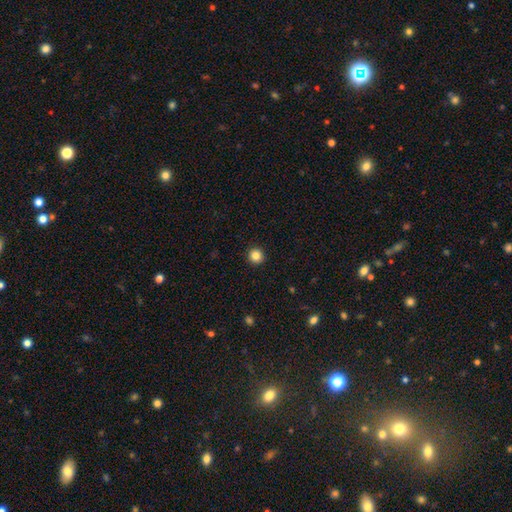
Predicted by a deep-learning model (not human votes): A smooth galaxy with no disk features (84%) that is round (94%). Merging: none (93%).